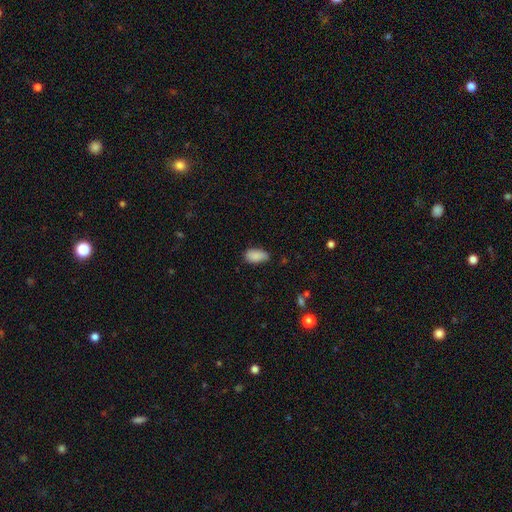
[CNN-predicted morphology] The model was most divided on "merging": none: 66%, minor disturbance: 28%, major disturbance: 4%, merger: 2%. More confident: how rounded — in between (92%); smooth or featured — smooth (87%).